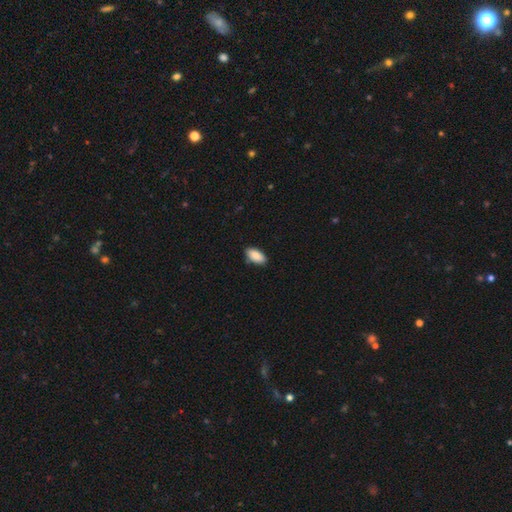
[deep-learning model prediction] Smooth or featured?
  - smooth: 89% *
  - star or artifact: 6%
  - featured or disk: 5%
How rounded?
  - in between: 93% *
  - cigar-shaped: 5%
  - round: 2%
Merging?
  - none: 85% *
  - minor disturbance: 11%
  - major disturbance: 2%
  - merger: 1%